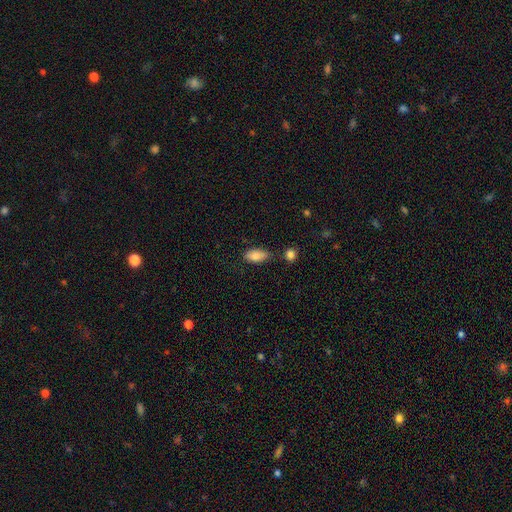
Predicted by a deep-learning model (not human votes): Q: Smooth or featured?
A: smooth (85%); runner-up: featured or disk (8%)
Q: How rounded?
A: in between (89%); runner-up: cigar-shaped (7%)
Q: Merging?
A: none (66%); runner-up: minor disturbance (22%)